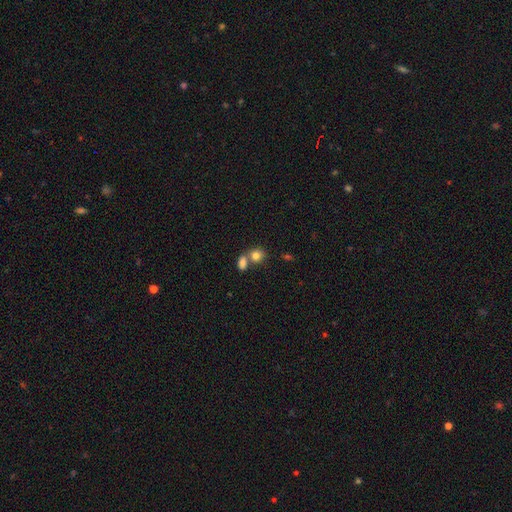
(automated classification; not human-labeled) Smooth or featured?
  - smooth: 82% *
  - star or artifact: 10%
  - featured or disk: 8%
How rounded?
  - round: 61% *
  - in between: 37%
  - cigar-shaped: 1%
Merging?
  - merger: 45% *
  - none: 43%
  - minor disturbance: 9%
  - major disturbance: 3%